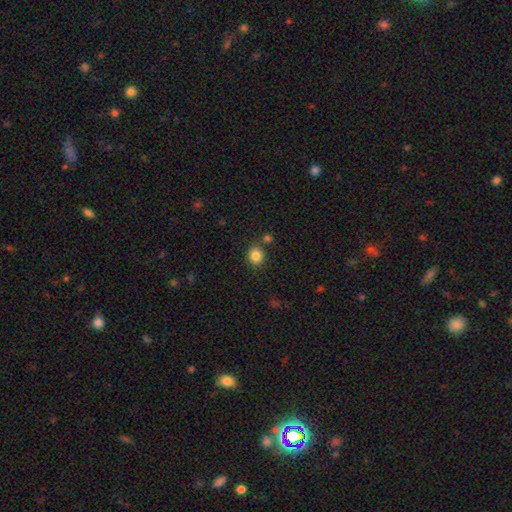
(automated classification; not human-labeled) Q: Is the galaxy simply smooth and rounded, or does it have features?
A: smooth — 85%.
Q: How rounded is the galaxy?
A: round — 81%.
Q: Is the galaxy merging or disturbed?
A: none — 80%.